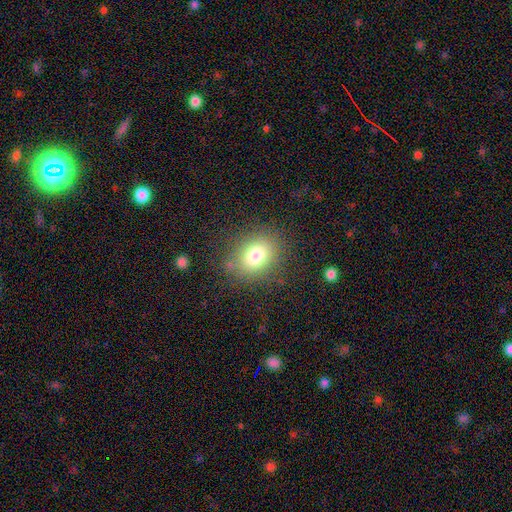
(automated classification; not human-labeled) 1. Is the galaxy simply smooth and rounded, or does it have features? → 76% smooth, 13% star or artifact, 12% featured or disk.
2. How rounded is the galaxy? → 53% in between, 46% round, 1% cigar-shaped.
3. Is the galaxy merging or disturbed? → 78% none, 14% minor disturbance, 6% major disturbance, 2% merger.